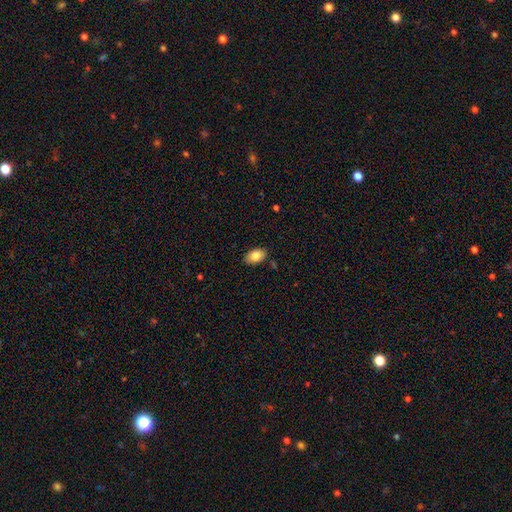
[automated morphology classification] The model was most divided on "smooth or featured": smooth: 83%, featured or disk: 10%, star or artifact: 7%. More confident: how rounded — in between (91%); merging — none (85%).